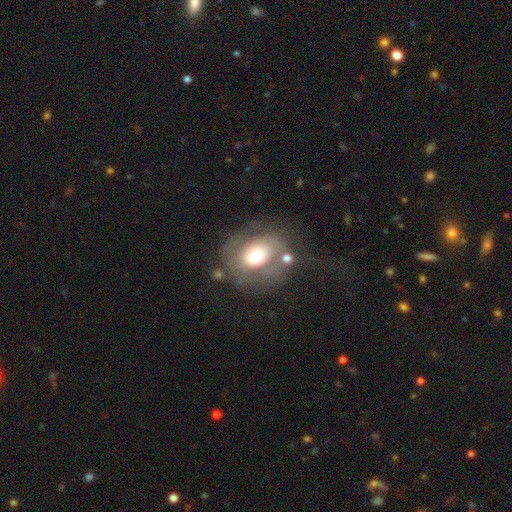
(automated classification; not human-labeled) smooth 51%, featured or disk 40%, star or artifact 9%. Down the decision tree: how rounded — in between (51%); merging — none (48%).